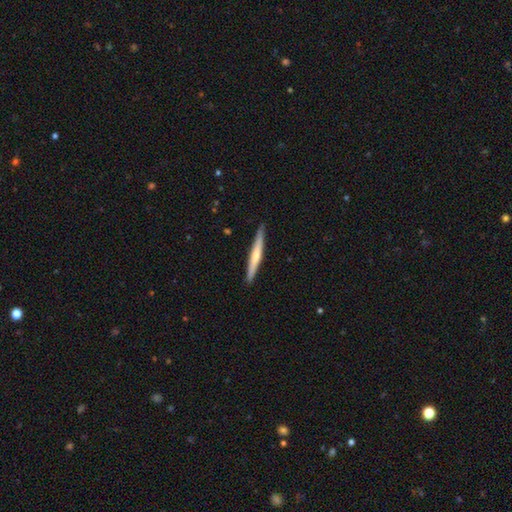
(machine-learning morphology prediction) Q: Smooth or featured?
A: smooth (50%); runner-up: featured or disk (45%)
Q: Merging?
A: none (89%); runner-up: minor disturbance (8%)